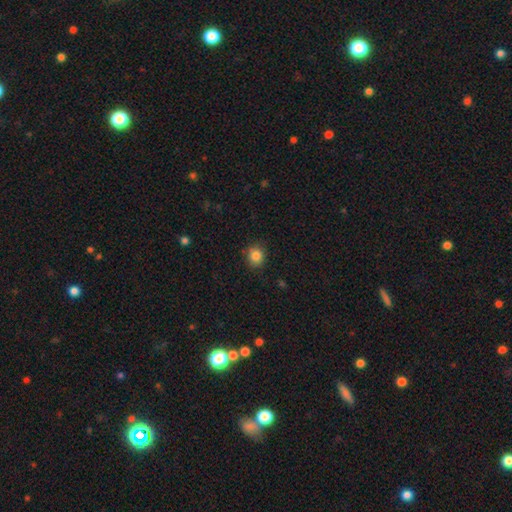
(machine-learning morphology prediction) type=smooth (84%); roundness=round (80%); merging=none (84%).